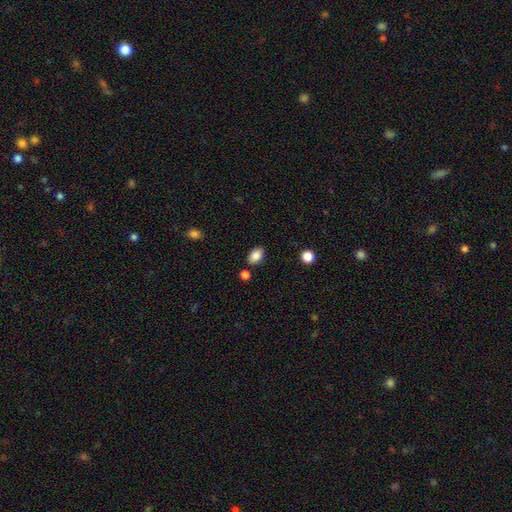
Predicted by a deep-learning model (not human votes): smooth-or-featured: smooth: 86% | star or artifact: 9% | featured or disk: 5%
  how-rounded: in between: 86% | round: 12% | cigar-shaped: 1%
  merging: none: 81% | minor disturbance: 11% | merger: 5% | major disturbance: 3%